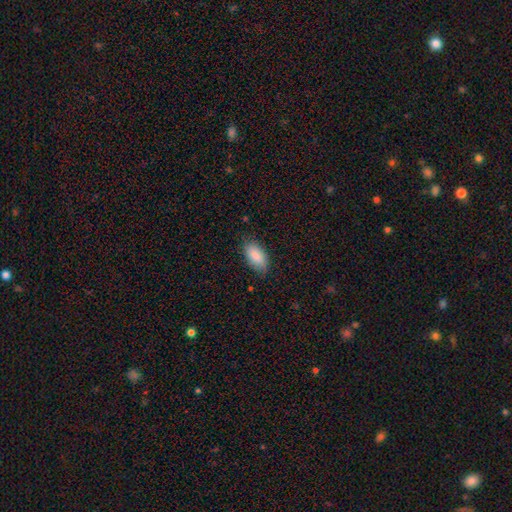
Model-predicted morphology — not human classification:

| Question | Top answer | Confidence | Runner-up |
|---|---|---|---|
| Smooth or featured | smooth | 88% | star or artifact (6%) |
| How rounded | in between | 92% | cigar-shaped (5%) |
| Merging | none | 80% | minor disturbance (16%) |